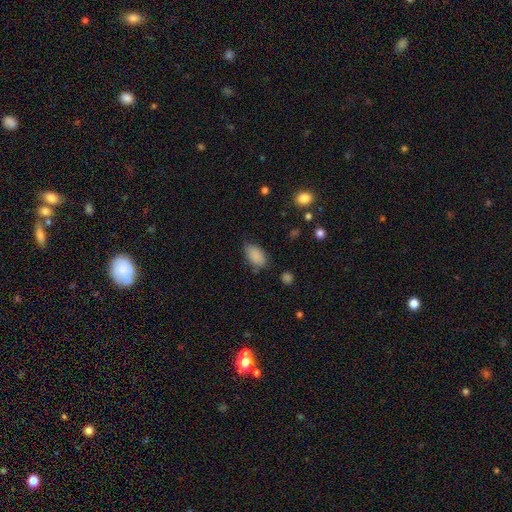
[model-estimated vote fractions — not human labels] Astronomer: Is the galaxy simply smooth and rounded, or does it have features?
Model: smooth — 87%.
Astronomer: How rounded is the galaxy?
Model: in between — 93%.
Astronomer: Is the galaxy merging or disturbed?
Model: none — 69%.